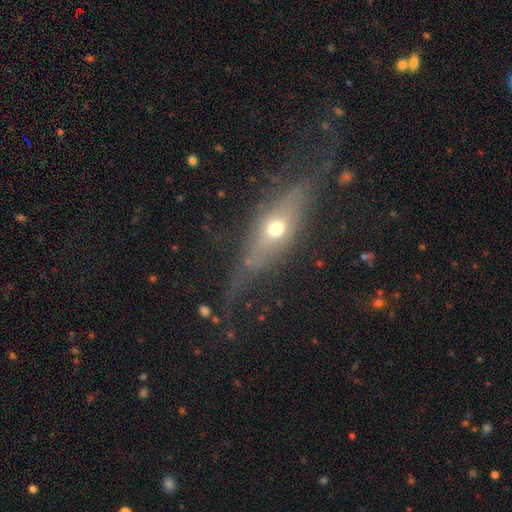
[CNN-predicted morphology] The model was most divided on "edge-on disk": yes: 70%, no: 30%. More confident: smooth or featured — featured or disk (65%); merging — none (62%).